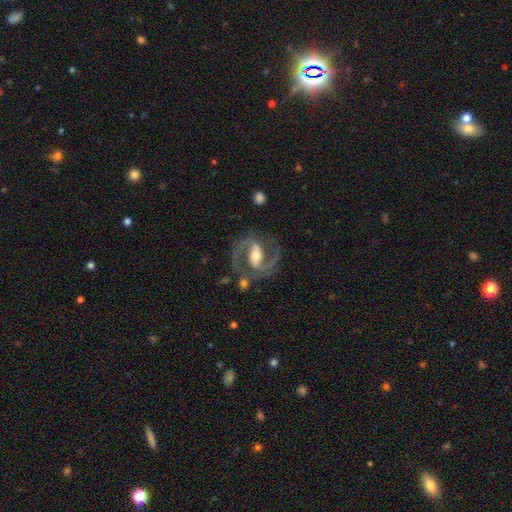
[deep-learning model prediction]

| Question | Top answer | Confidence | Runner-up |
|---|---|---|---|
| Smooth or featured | featured or disk | 91% | smooth (5%) |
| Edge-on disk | no | 97% | yes (3%) |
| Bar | strong | 54% | weak (33%) |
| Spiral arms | yes | 98% | no (2%) |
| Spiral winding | medium | 67% | tight (20%) |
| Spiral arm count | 2 | 94% | can't tell (2%) |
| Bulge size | moderate | 67% | small (22%) |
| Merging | none | 78% | minor disturbance (13%) |